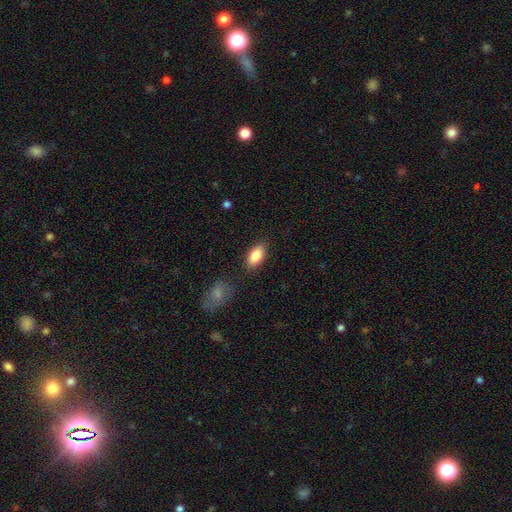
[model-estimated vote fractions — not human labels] The model was most divided on "merging": none: 84%, minor disturbance: 11%, major disturbance: 3%, merger: 3%. More confident: how rounded — in between (91%); smooth or featured — smooth (85%).